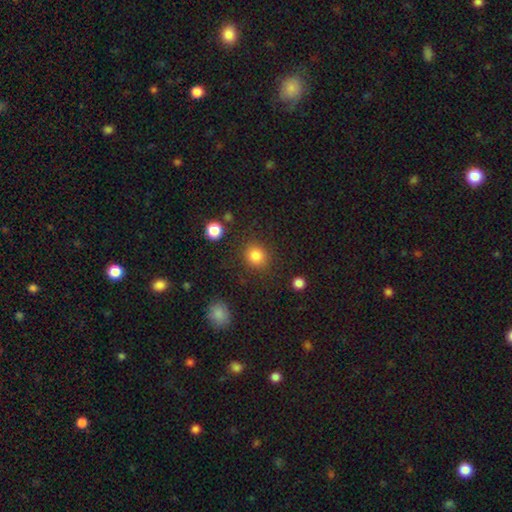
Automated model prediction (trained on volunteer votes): Smooth or featured?
  - smooth: 84% *
  - star or artifact: 11%
  - featured or disk: 5%
How rounded?
  - round: 85% *
  - in between: 14%
  - cigar-shaped: 1%
Merging?
  - none: 85% *
  - minor disturbance: 9%
  - major disturbance: 4%
  - merger: 3%